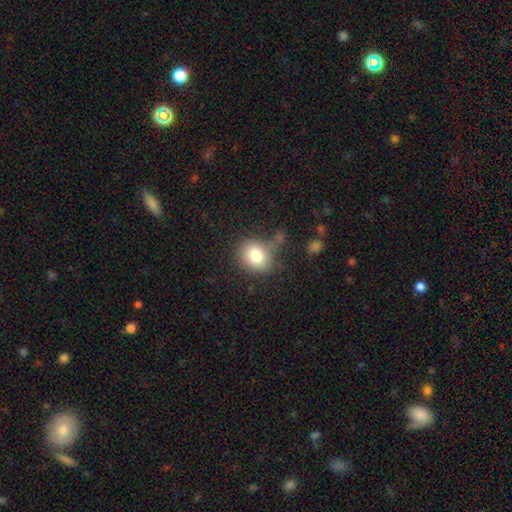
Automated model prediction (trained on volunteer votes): Q: Smooth or featured?
A: smooth (81%); runner-up: star or artifact (10%)
Q: How rounded?
A: round (66%); runner-up: in between (33%)
Q: Merging?
A: none (58%); runner-up: minor disturbance (22%)